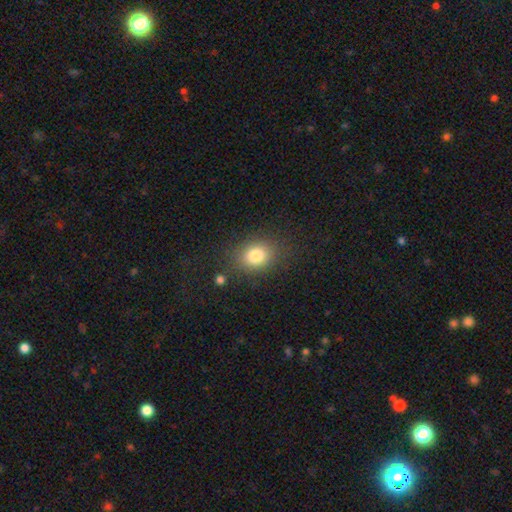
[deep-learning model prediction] Overall: smooth (82%). How rounded: round (52%; in between 47%). Merging: none (81%).